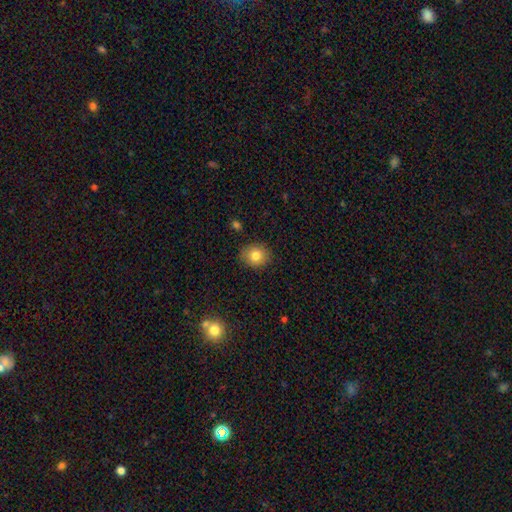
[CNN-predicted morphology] A smooth galaxy with no disk features (81%) that is round (71%).

Vote fractions:
- Smooth or featured? smooth: 81% / star or artifact: 10% / featured or disk: 9%
- How rounded? round: 71% / in between: 28% / cigar-shaped: 1%
- Merging? none: 87% / minor disturbance: 9% / major disturbance: 2% / merger: 1%